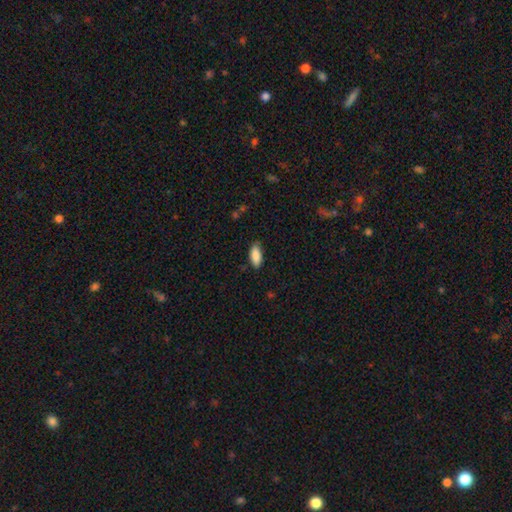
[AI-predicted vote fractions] smooth_or_featured: smooth (p=0.88) [alt: star or artifact p=0.06]
how_rounded: in between (p=0.85) [alt: cigar-shaped p=0.13]
merging: none (p=0.81) [alt: minor disturbance p=0.15]